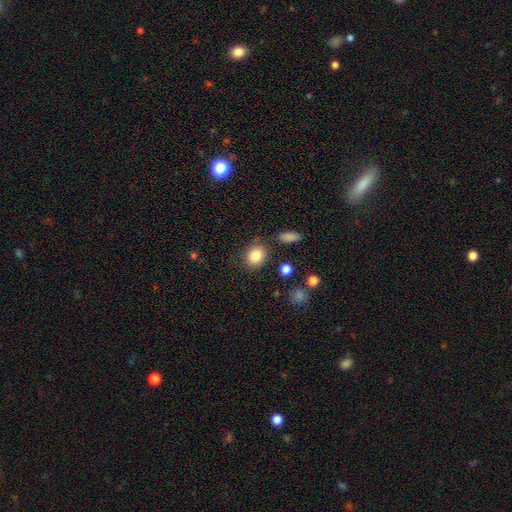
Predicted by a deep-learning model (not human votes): Morphology: type=smooth (84%); roundness=round (63%); merging=none (80%).